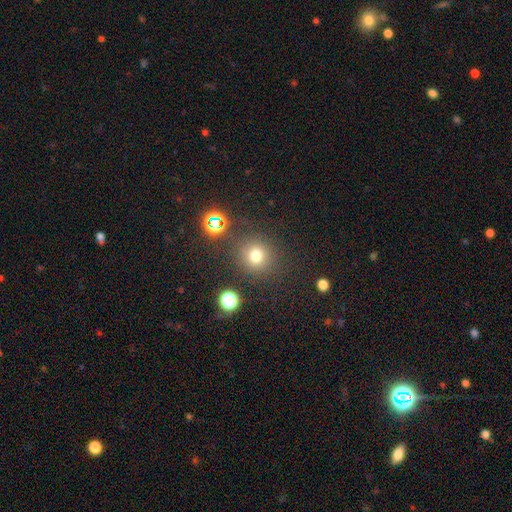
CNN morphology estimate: Smooth or featured? Predicted: smooth (p=0.72). How rounded? Predicted: round (p=0.91). Merging? Predicted: none (p=0.82).